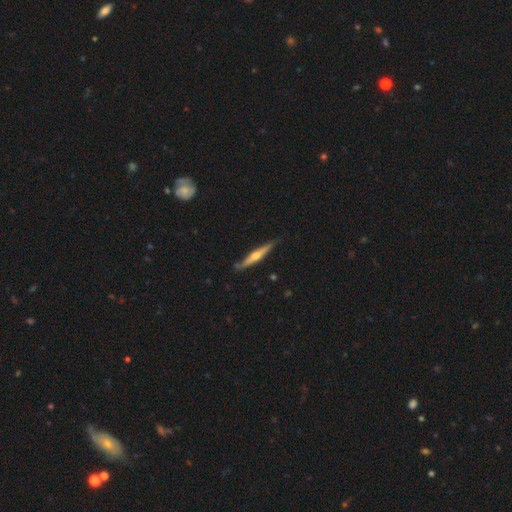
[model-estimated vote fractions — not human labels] This is likely a featured or disk galaxy (66%). It is clearly viewed edge-on (96%). Edge-on bulge: clearly rounded (86%). Merging: clearly none (84%).